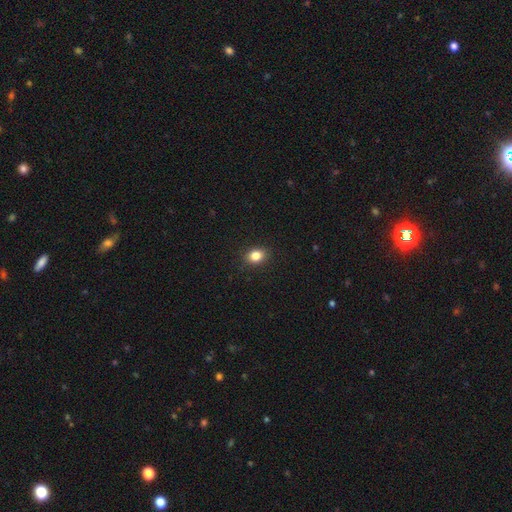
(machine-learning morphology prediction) Smooth or featured? Predicted: smooth (p=0.84). How rounded? Predicted: in between (p=0.61). Merging? Predicted: none (p=0.89).